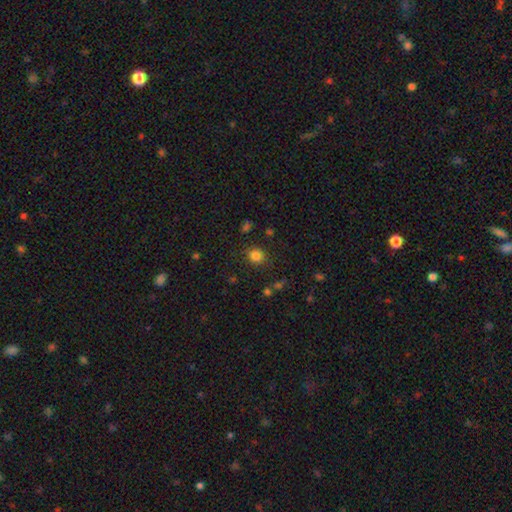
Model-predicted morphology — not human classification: A smooth galaxy with no disk features (82%) that is round (79%). Merging: none (84%).